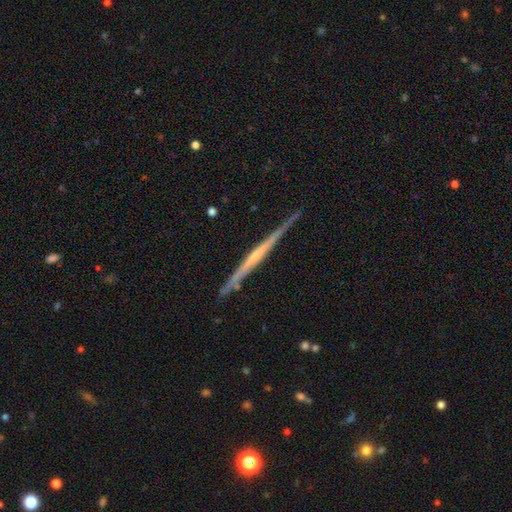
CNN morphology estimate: Smooth or featured? Predicted: featured or disk (p=0.75). Edge-on disk? Predicted: yes (p=0.98). Edge-on bulge? Predicted: none (p=0.61). Merging? Predicted: none (p=0.84).